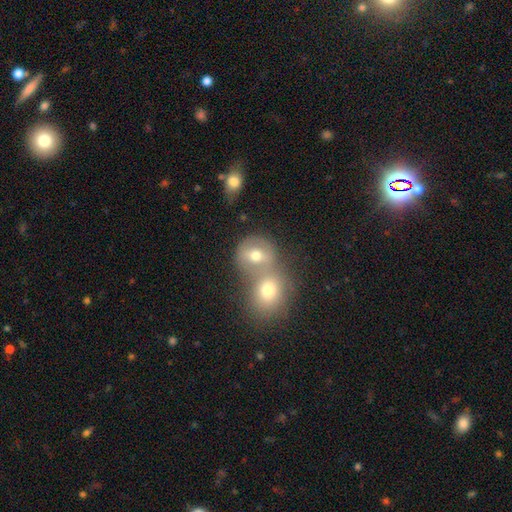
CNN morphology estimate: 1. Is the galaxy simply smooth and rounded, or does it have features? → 65% smooth, 23% featured or disk, 11% star or artifact.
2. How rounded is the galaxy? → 77% round, 22% in between, 1% cigar-shaped.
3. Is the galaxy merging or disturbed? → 53% merger, 35% none, 8% minor disturbance, 4% major disturbance.